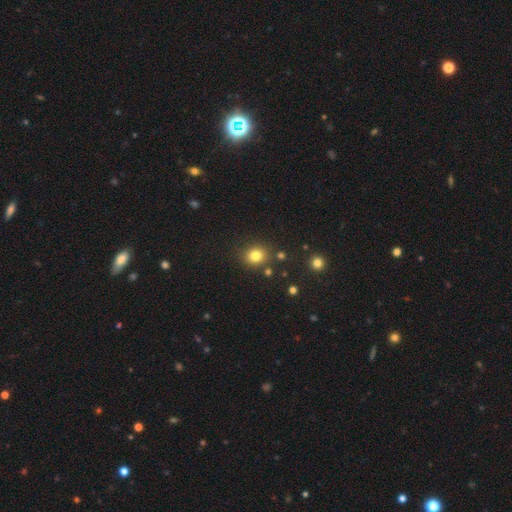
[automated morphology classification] smooth 81%, star or artifact 13%, featured or disk 6%. Down the decision tree: how rounded — round (77%); merging — none (82%).